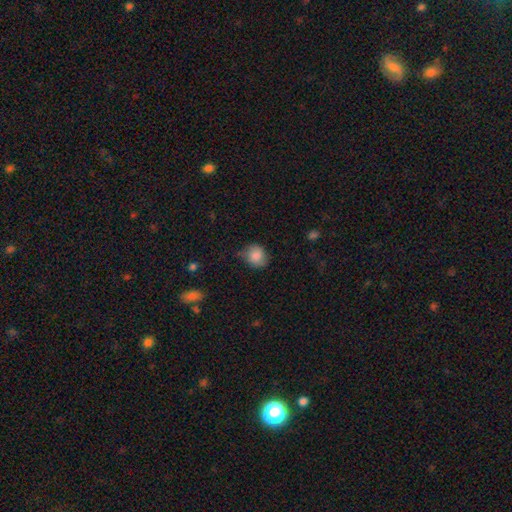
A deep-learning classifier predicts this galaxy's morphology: Q: Smooth or featured?
A: smooth (82%); runner-up: featured or disk (10%)
Q: How rounded?
A: round (71%); runner-up: in between (28%)
Q: Merging?
A: none (61%); runner-up: minor disturbance (30%)